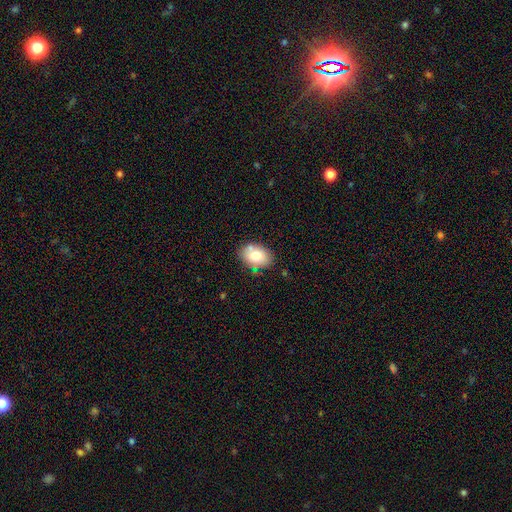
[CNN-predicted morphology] A smooth galaxy with no disk features (76%) that is in between round and cigar-shaped (78%). Merging: none (74%).